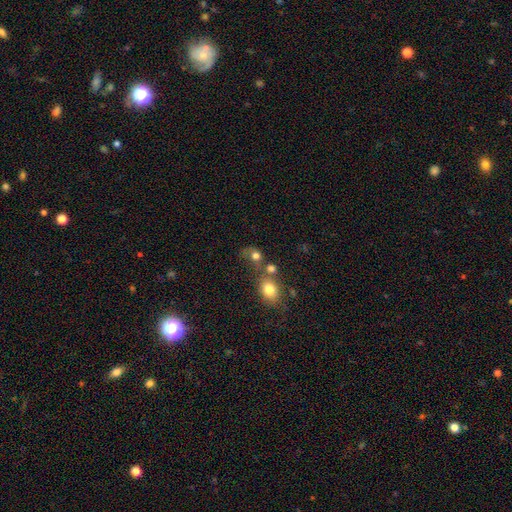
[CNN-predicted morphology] A smooth galaxy with no disk features (76%) that is round (59%). Merging: none (37%, tied with merger).